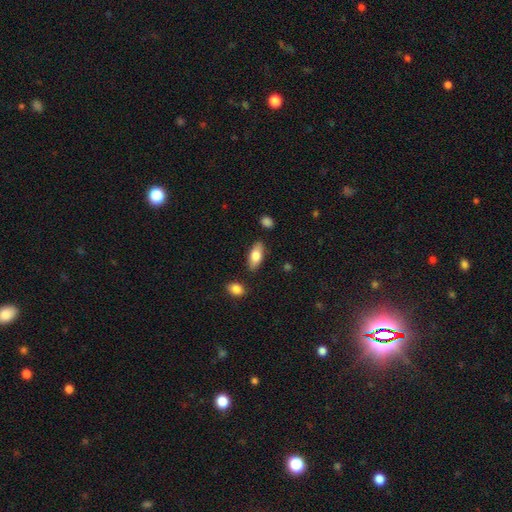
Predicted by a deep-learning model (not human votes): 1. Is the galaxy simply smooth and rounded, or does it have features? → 78% smooth, 16% featured or disk, 6% star or artifact.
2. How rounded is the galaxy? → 84% in between, 13% cigar-shaped, 3% round.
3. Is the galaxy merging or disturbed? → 84% none, 11% minor disturbance, 3% merger, 2% major disturbance.